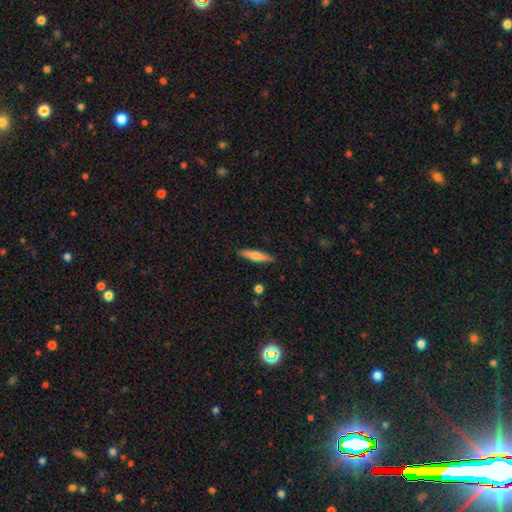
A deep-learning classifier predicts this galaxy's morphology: Smooth or featured? smooth (65%)
How rounded? cigar-shaped (83%)
Merging? none (88%)